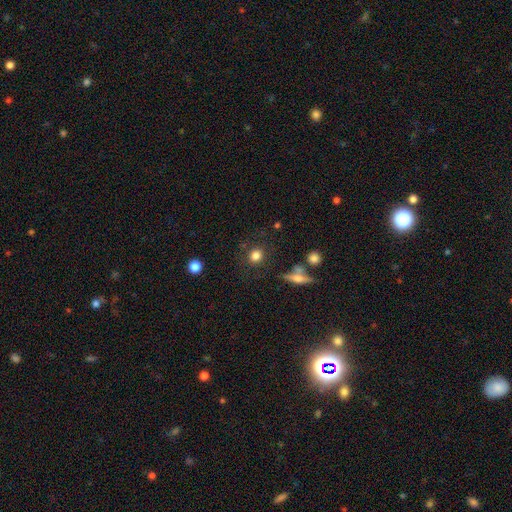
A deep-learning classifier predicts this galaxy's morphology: This appears to be a smooth galaxy with no disk features (80%) that is round (86%). Merging: none (82%).